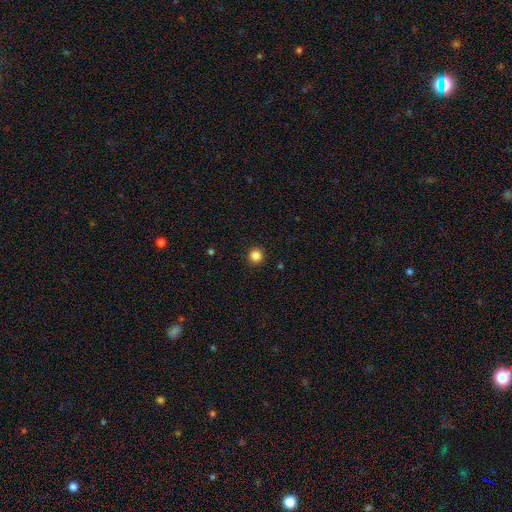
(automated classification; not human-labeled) Smooth or featured? Predicted: smooth (p=0.85). How rounded? Predicted: round (p=0.94). Merging? Predicted: none (p=0.92).